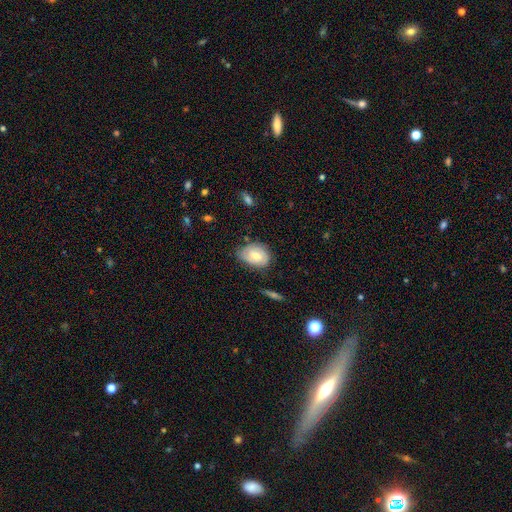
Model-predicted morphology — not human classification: A smooth galaxy with no disk features (54%) that is in between round and cigar-shaped (75%).

Vote fractions:
- Smooth or featured? smooth: 54% / featured or disk: 39% / star or artifact: 7%
- How rounded? in between: 75% / round: 24% / cigar-shaped: 1%
- Merging? none: 61% / minor disturbance: 30% / major disturbance: 7% / merger: 2%